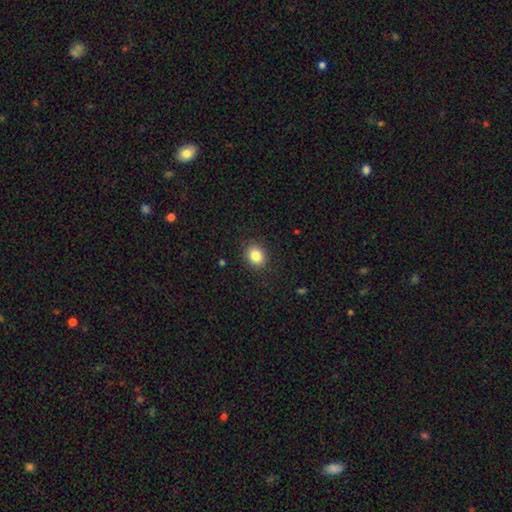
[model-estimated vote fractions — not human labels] Smooth or featured? smooth (84%)
How rounded? round (52%)
Merging? none (88%)